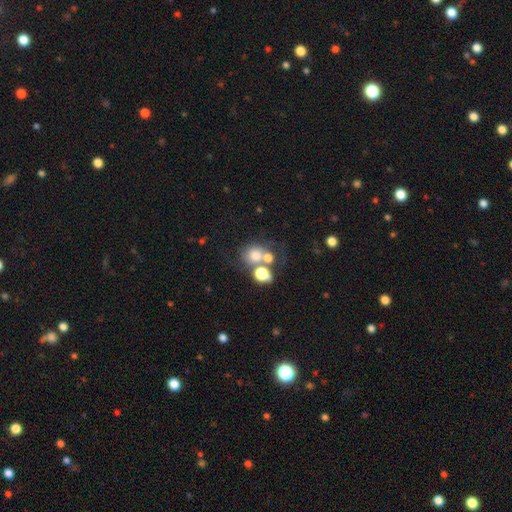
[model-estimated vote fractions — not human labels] Overall: smooth (66%). How rounded: round (75%). Merging: merger (45%; none 35%).